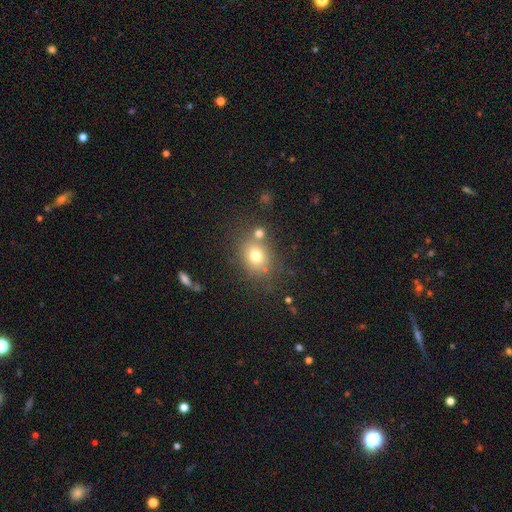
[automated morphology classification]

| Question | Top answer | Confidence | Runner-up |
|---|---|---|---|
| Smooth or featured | smooth | 73% | star or artifact (14%) |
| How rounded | round | 64% | in between (35%) |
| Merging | none | 67% | merger (16%) |